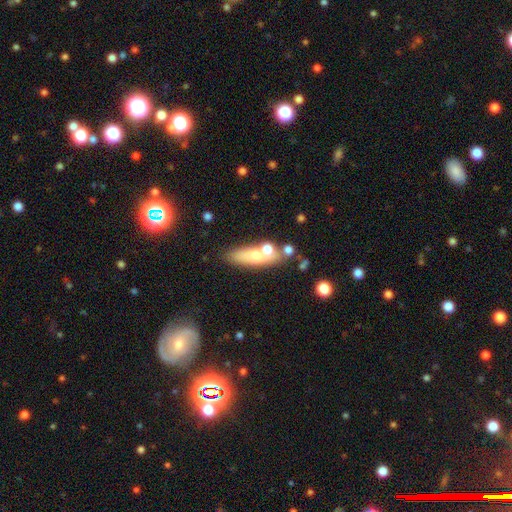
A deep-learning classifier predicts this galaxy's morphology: Smooth or featured?
  - smooth: 62% *
  - featured or disk: 29%
  - star or artifact: 10%
How rounded?
  - in between: 48% *
  - cigar-shaped: 47%
  - round: 5%
Merging?
  - none: 55% *
  - merger: 24%
  - minor disturbance: 15%
  - major disturbance: 6%